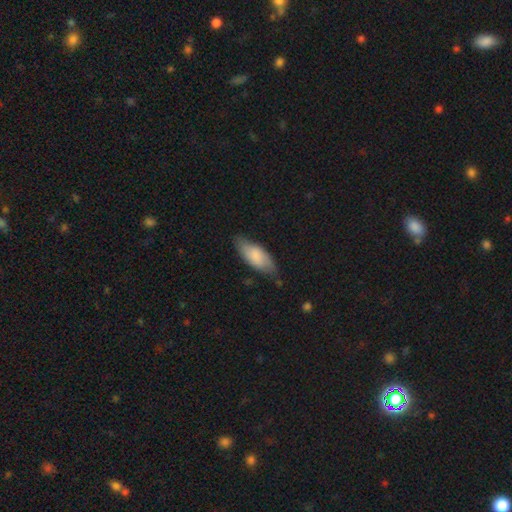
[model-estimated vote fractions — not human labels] Smooth or featured?
  - smooth: 81% *
  - featured or disk: 14%
  - star or artifact: 5%
How rounded?
  - in between: 79% *
  - cigar-shaped: 20%
  - round: 2%
Merging?
  - none: 71% *
  - minor disturbance: 23%
  - major disturbance: 4%
  - merger: 2%